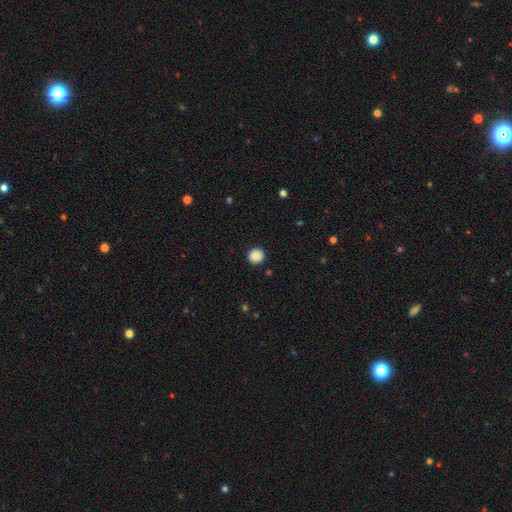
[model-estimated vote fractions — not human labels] The model was most divided on "smooth or featured": smooth: 88%, star or artifact: 9%, featured or disk: 3%. More confident: merging — none (91%); how rounded — round (90%).